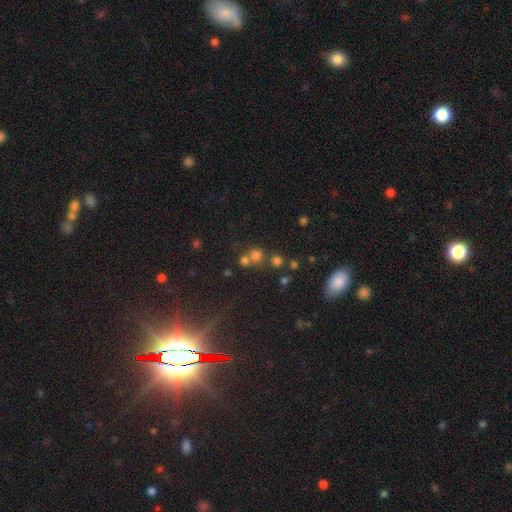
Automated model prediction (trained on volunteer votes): smooth-or-featured: smooth: 67% | star or artifact: 23% | featured or disk: 9%
  how-rounded: round: 90% | in between: 9% | cigar-shaped: 1%
  merging: none: 55% | merger: 35% | minor disturbance: 6% | major disturbance: 3%